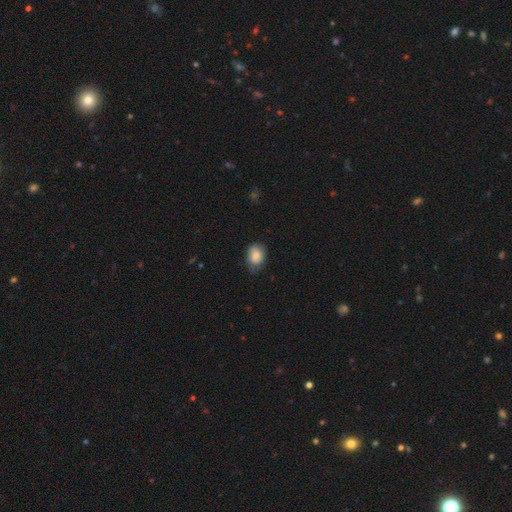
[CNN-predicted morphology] Smooth or featured?
  - smooth: 75% *
  - featured or disk: 18%
  - star or artifact: 8%
How rounded?
  - in between: 66% *
  - round: 33%
  - cigar-shaped: 1%
Merging?
  - none: 61% *
  - minor disturbance: 30%
  - major disturbance: 7%
  - merger: 1%